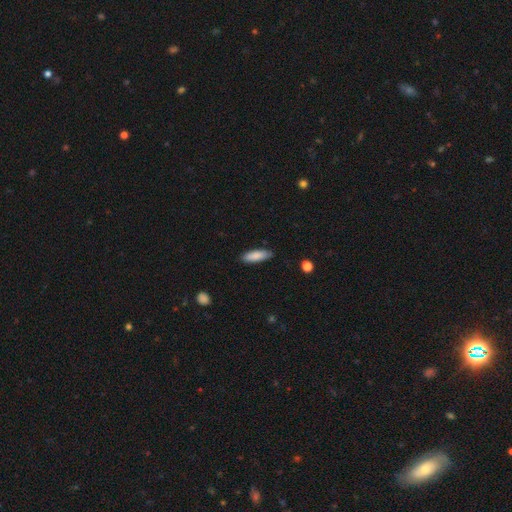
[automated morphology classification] Smooth or featured? Predicted: smooth (p=0.87). How rounded? Predicted: in between (p=0.53). Merging? Predicted: none (p=0.84).